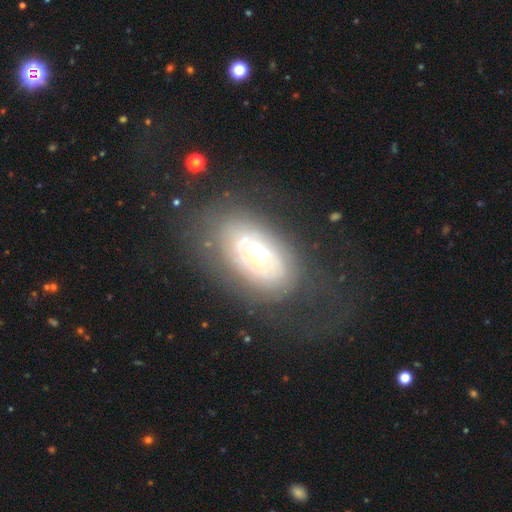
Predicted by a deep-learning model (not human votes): Overall: featured or disk (71%). Edge-on disk: no (93%). Bar: no (80%). Spiral arms: yes (60%; no 40%). Bulge size: moderate (69%). Merging: none (65%).